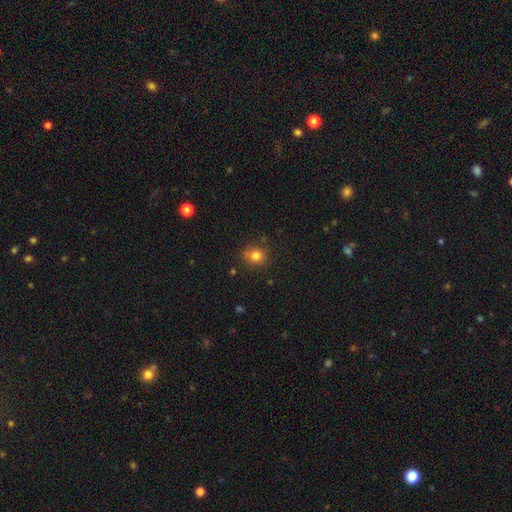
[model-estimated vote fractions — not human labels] A smooth galaxy with no disk features (80%) that is round (79%). Merging: none (76%).